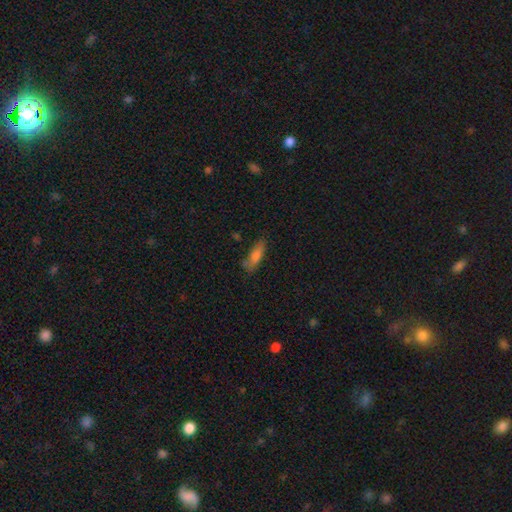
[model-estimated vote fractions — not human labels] The model was most divided on "how rounded": in between: 49%, cigar-shaped: 48%, round: 2%. More confident: smooth or featured — smooth (74%); merging — none (64%).